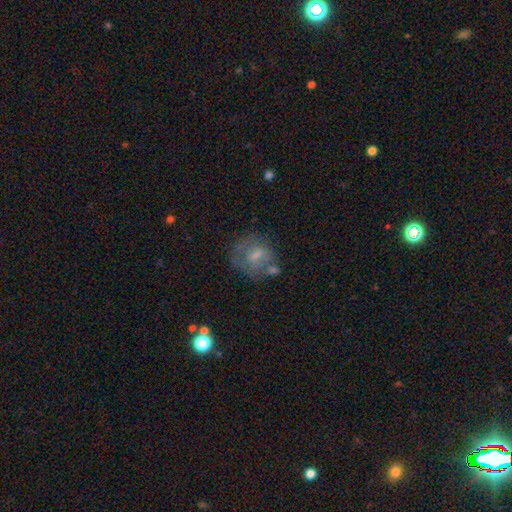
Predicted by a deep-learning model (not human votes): Smooth or featured: smooth — 47% (featured or disk — 43%)
Merging: none — 50% (minor disturbance — 22%)